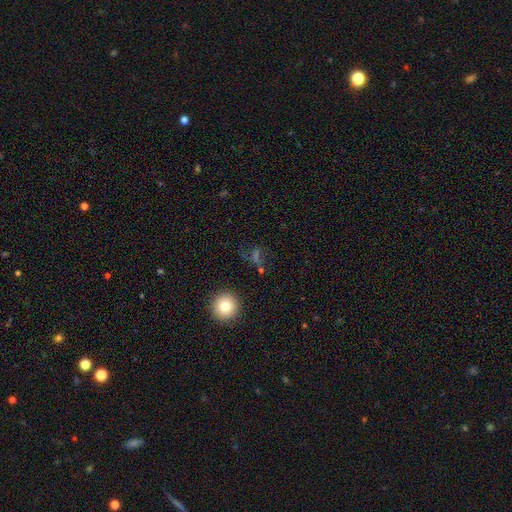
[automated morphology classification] Smooth or featured?
  - smooth: 40% *
  - star or artifact: 39%
  - featured or disk: 21%
Merging?
  - none: 75% *
  - minor disturbance: 11%
  - major disturbance: 10%
  - merger: 4%